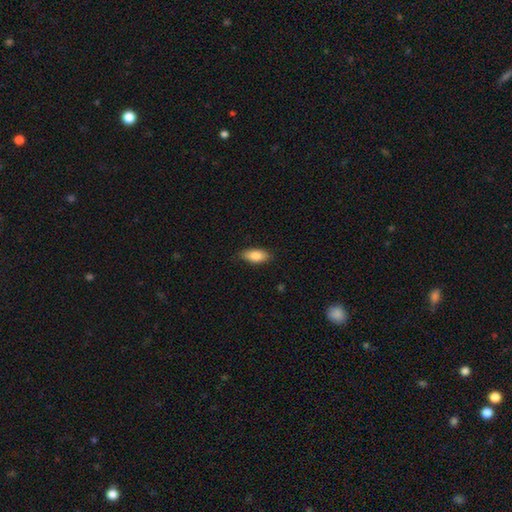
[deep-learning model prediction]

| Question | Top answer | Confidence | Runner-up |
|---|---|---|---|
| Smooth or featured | smooth | 84% | featured or disk (10%) |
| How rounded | in between | 85% | cigar-shaped (12%) |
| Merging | none | 83% | minor disturbance (14%) |